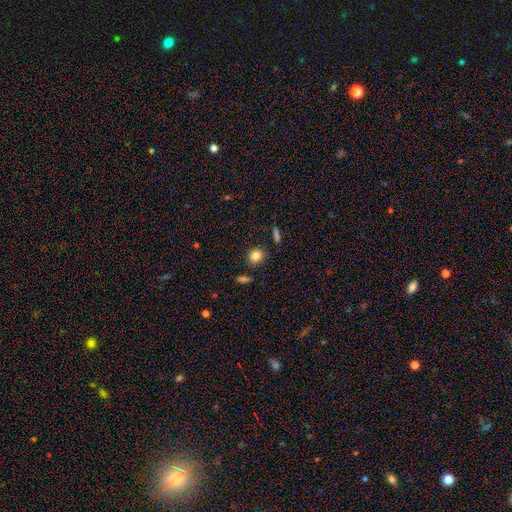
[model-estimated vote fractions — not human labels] This is clearly a smooth galaxy (84%). How rounded: likely round (75%). Merging: clearly none (85%).